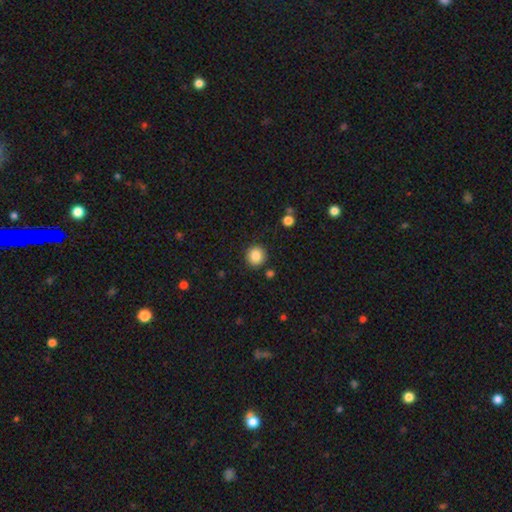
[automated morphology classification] A smooth galaxy with no disk features (85%) that is round (90%). Merging: none (89%).